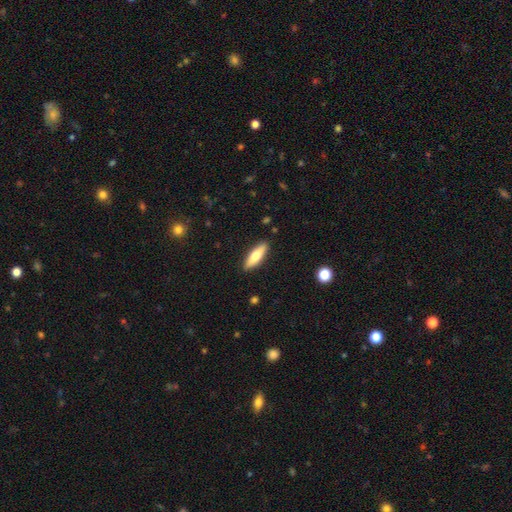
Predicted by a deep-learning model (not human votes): smooth_or_featured: smooth (p=0.70) [alt: featured or disk p=0.25]
how_rounded: cigar-shaped (p=0.54) [alt: in between p=0.44]
merging: none (p=0.89) [alt: minor disturbance p=0.08]